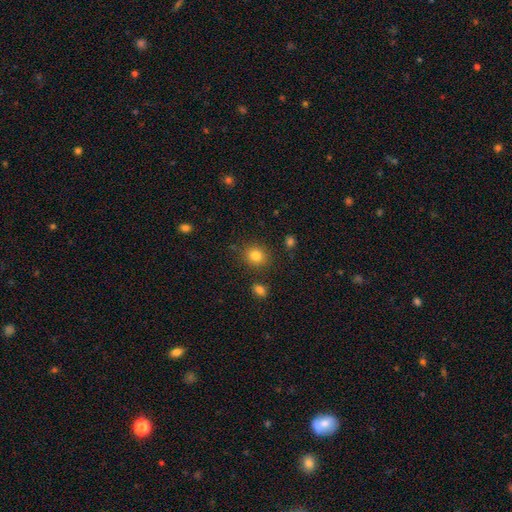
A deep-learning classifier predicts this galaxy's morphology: Smooth or featured? smooth (82%)
How rounded? round (80%)
Merging? none (85%)